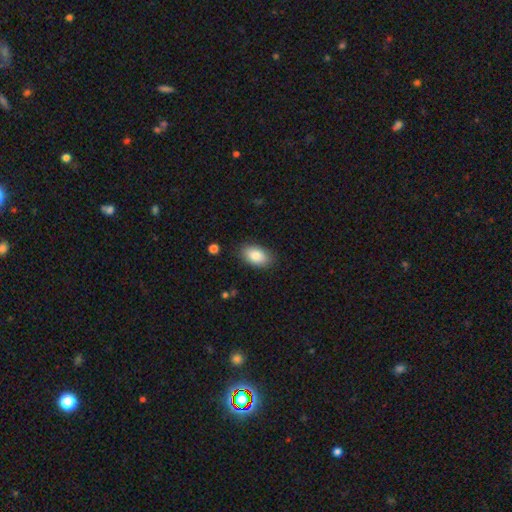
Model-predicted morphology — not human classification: Overall: smooth (84%). How rounded: in between (92%). Merging: none (86%).